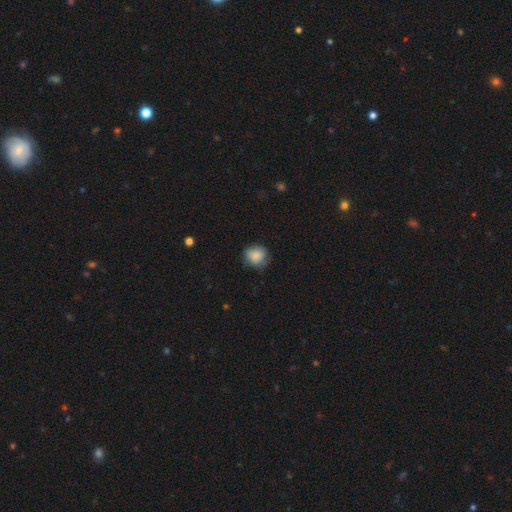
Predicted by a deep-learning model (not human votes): Smooth or featured? smooth (84%)
How rounded? round (80%)
Merging? none (72%)